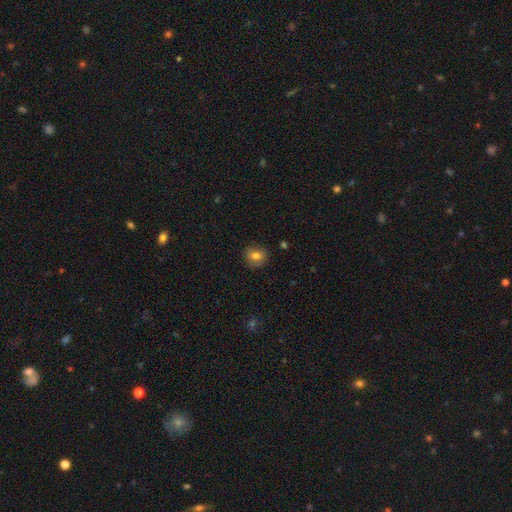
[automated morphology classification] This is likely a smooth galaxy (78%). How rounded: likely round (71%). Merging: clearly none (85%).